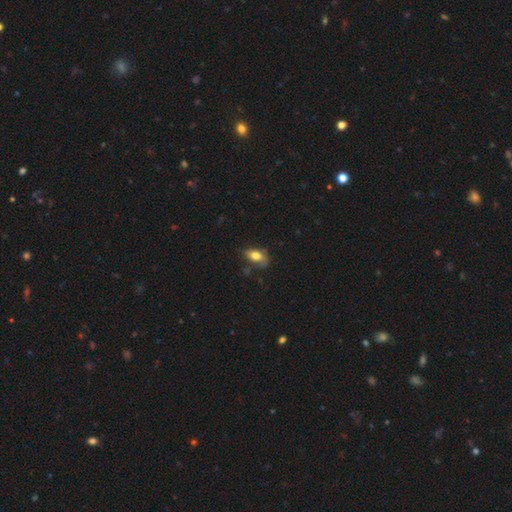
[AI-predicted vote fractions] Overall: smooth (75%). How rounded: in between (87%). Merging: none (54%; minor disturbance 32%).